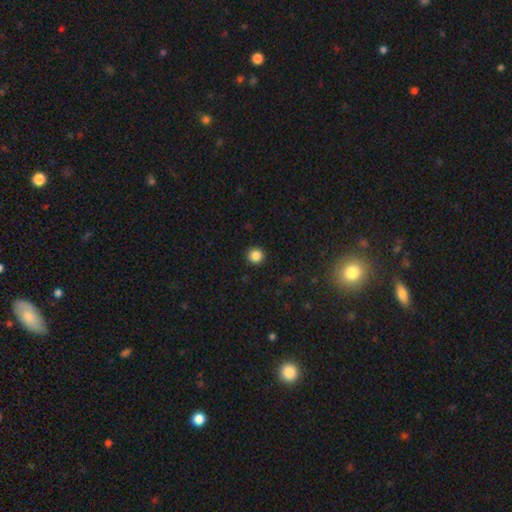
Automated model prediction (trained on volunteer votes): A smooth galaxy with no disk features (85%) that is round (96%). Merging: none (93%).